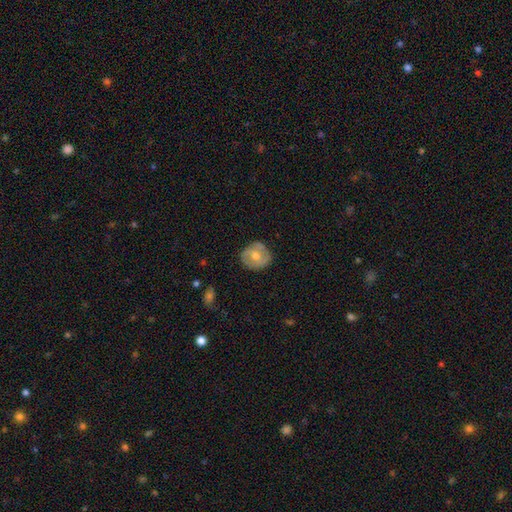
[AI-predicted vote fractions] This is possibly a featured or disk galaxy (52%). It is clearly not viewed edge-on (95%). Merging: clearly none (81%).